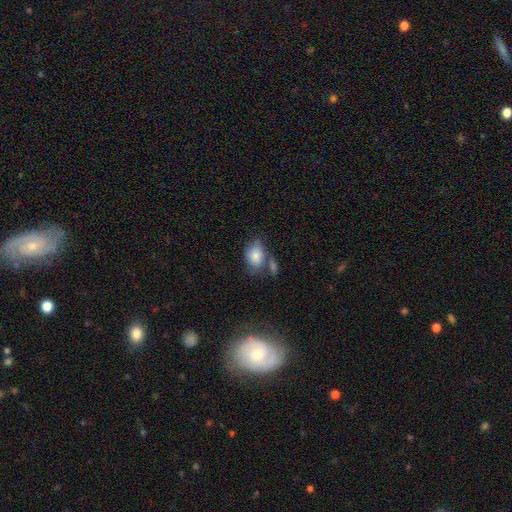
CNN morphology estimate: Smooth or featured?
  - smooth: 80% *
  - featured or disk: 13%
  - star or artifact: 8%
How rounded?
  - in between: 83% *
  - round: 16%
  - cigar-shaped: 2%
Merging?
  - none: 41% *
  - merger: 27%
  - minor disturbance: 22%
  - major disturbance: 10%